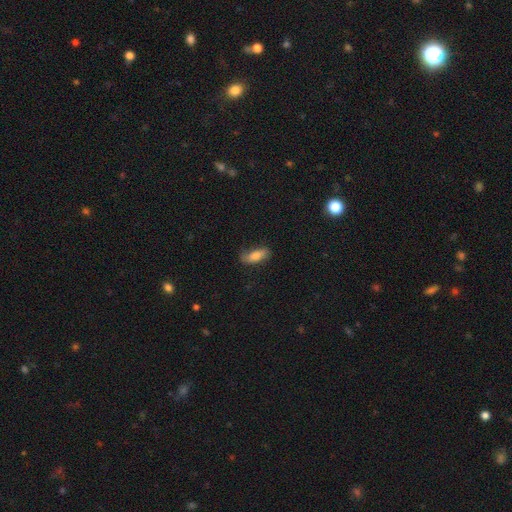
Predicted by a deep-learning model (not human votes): The model was most divided on "merging": none: 69%, minor disturbance: 23%, major disturbance: 6%, merger: 2%. More confident: smooth or featured — smooth (76%); how rounded — in between (73%).